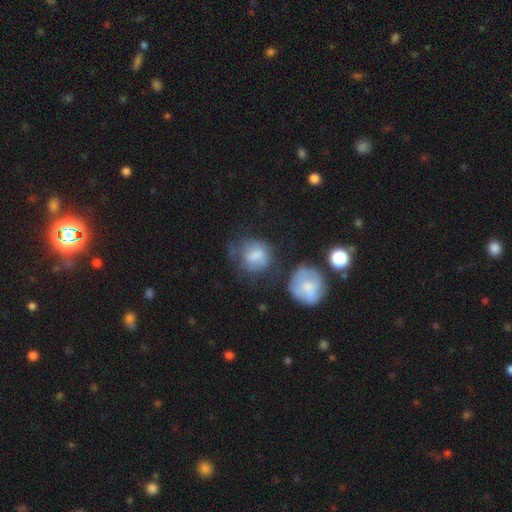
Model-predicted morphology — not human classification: This appears to be a smooth galaxy with no disk features (62%) that is round (63%). Merging: none (40%).